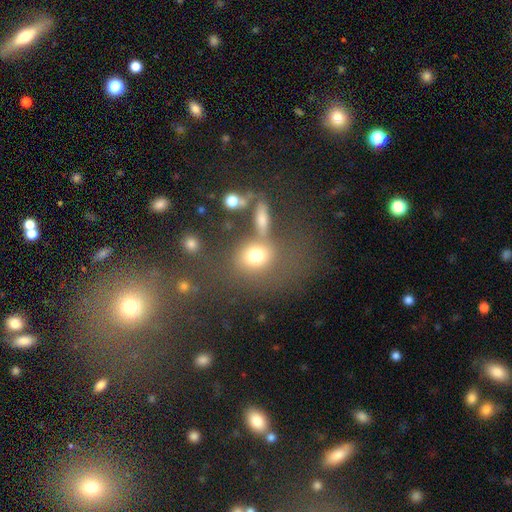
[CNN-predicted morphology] smooth-or-featured: smooth: 74% | star or artifact: 13% | featured or disk: 13%
  how-rounded: round: 58% | in between: 39% | cigar-shaped: 3%
  merging: none: 50% | merger: 25% | minor disturbance: 13% | major disturbance: 12%